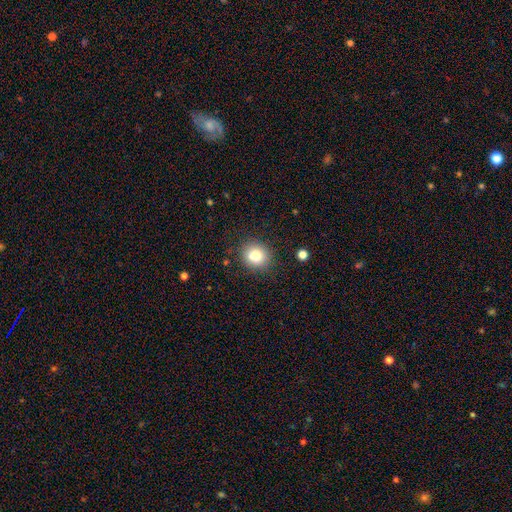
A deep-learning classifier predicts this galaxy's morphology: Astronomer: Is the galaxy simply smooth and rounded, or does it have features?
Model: smooth — 82%.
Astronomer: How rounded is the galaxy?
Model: round — 78%.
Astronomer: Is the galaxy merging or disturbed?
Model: none — 85%.